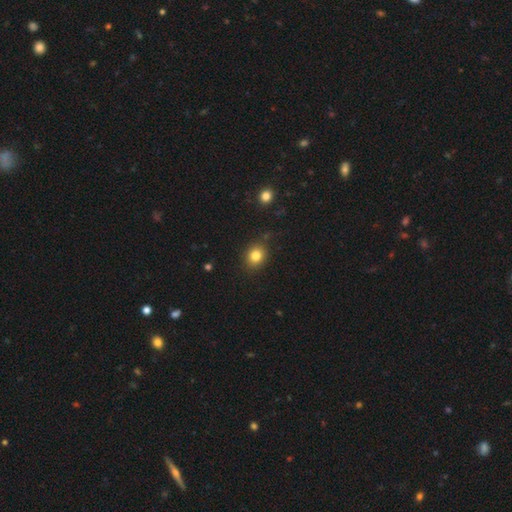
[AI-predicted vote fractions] The model was most divided on "how rounded": round: 67%, in between: 32%, cigar-shaped: 1%. More confident: merging — none (85%); smooth or featured — smooth (82%).